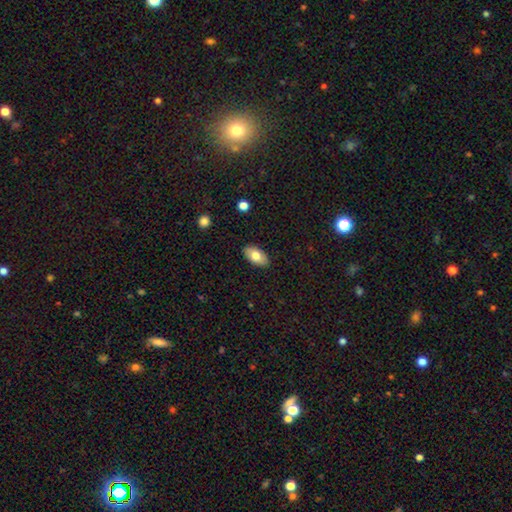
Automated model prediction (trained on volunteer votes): Smooth or featured? Predicted: smooth (p=0.77). How rounded? Predicted: in between (p=0.94). Merging? Predicted: none (p=0.88).